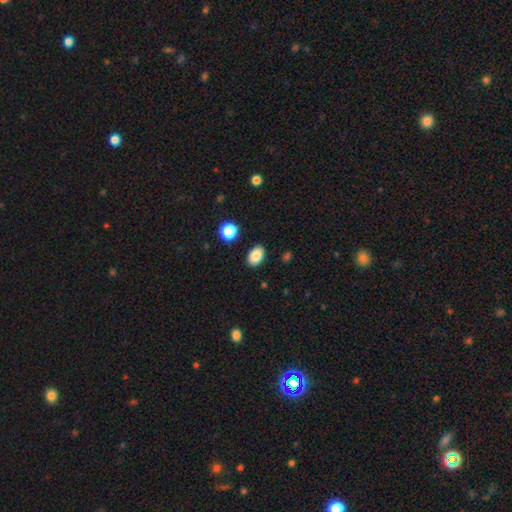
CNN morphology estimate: Smooth or featured?
  - smooth: 86% *
  - star or artifact: 9%
  - featured or disk: 5%
How rounded?
  - in between: 84% *
  - round: 14%
  - cigar-shaped: 1%
Merging?
  - none: 89% *
  - minor disturbance: 8%
  - major disturbance: 2%
  - merger: 2%